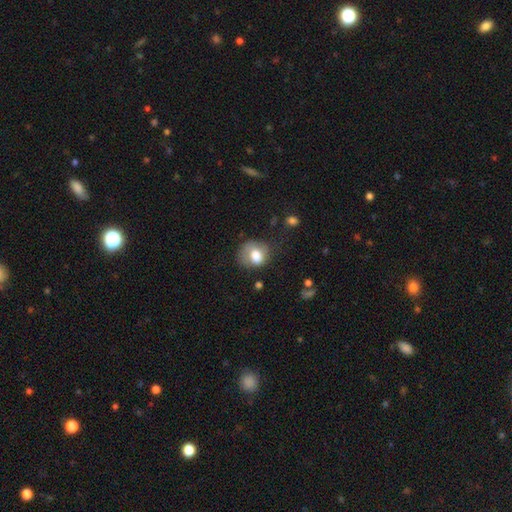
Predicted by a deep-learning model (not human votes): smooth-or-featured: smooth: 74% | featured or disk: 17% | star or artifact: 9%
  how-rounded: round: 59% | in between: 40% | cigar-shaped: 1%
  merging: none: 45% | minor disturbance: 31% | major disturbance: 21% | merger: 3%